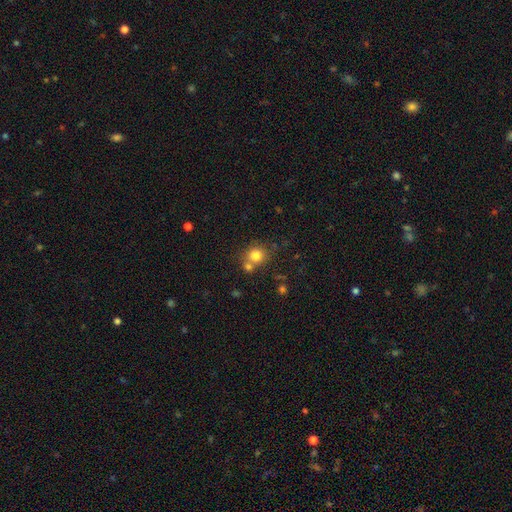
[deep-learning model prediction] Morphology: type=smooth (80%); roundness=round (85%); merging=none (58%).